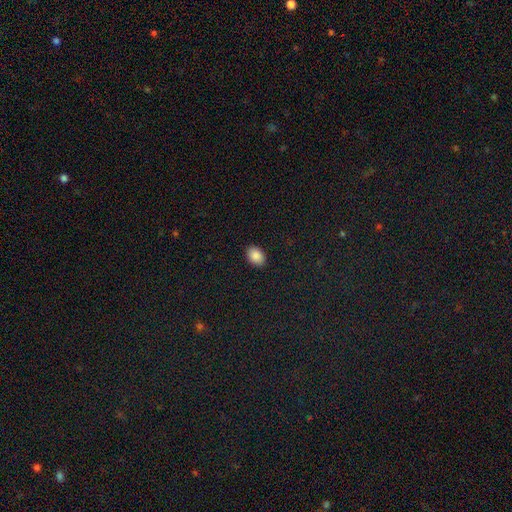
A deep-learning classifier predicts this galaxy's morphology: smooth-or-featured: smooth: 89% | star or artifact: 8% | featured or disk: 3%
  how-rounded: in between: 80% | round: 19% | cigar-shaped: 1%
  merging: none: 90% | minor disturbance: 7% | major disturbance: 2% | merger: 1%